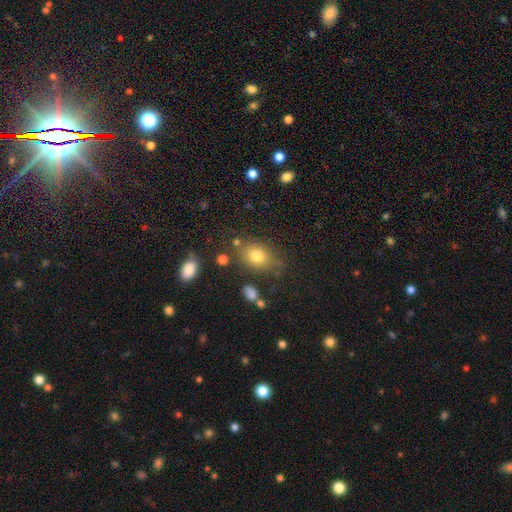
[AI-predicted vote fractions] A smooth galaxy with no disk features (78%) that is in between round and cigar-shaped (64%). Merging: none (70%).